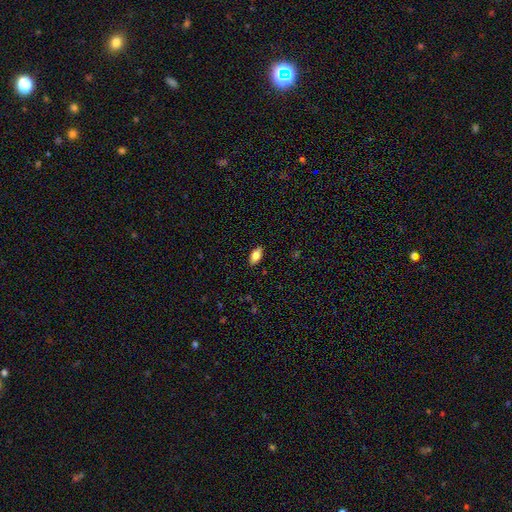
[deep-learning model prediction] Morphology: type=smooth (78%); roundness=in between (89%); merging=none (88%).